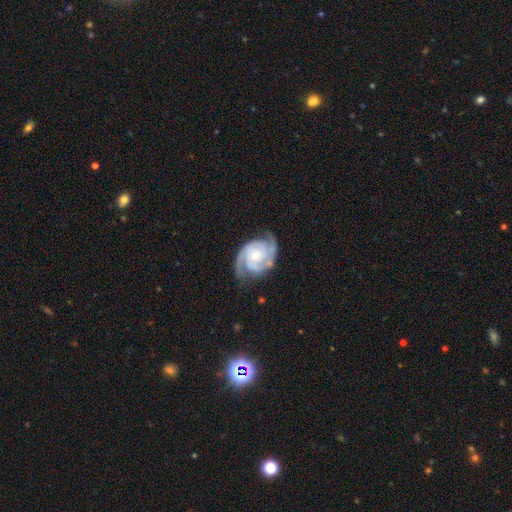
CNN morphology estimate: Overall: featured or disk (91%). Edge-on disk: no (98%). Bar: no (69%). Spiral arms: yes (98%). Spiral arm count: 2 (60%; 3 24%). Spiral winding: tight (61%; medium 34%). Bulge size: small (48%; moderate 46%). Merging: none (72%).